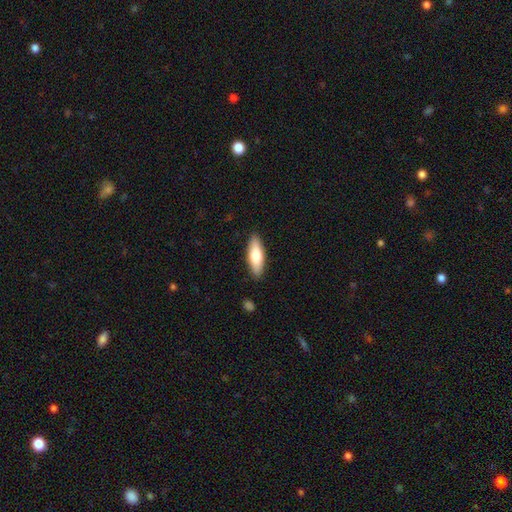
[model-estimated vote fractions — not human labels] A smooth galaxy with no disk features (72%) that is in between round and cigar-shaped (58%). Merging: none (88%).